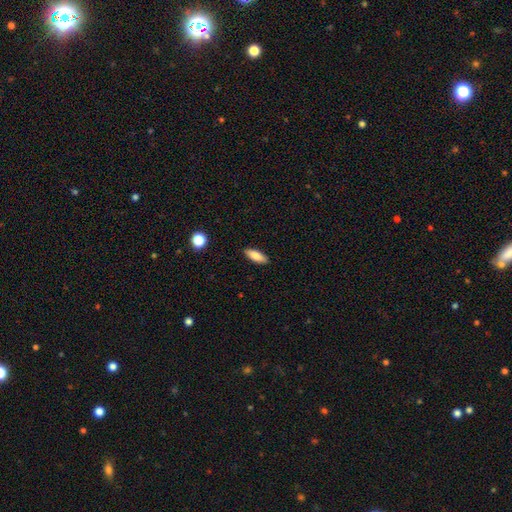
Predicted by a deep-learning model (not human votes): The model was most divided on "how rounded": in between: 69%, cigar-shaped: 29%, round: 2%. More confident: merging — none (89%); smooth or featured — smooth (84%).